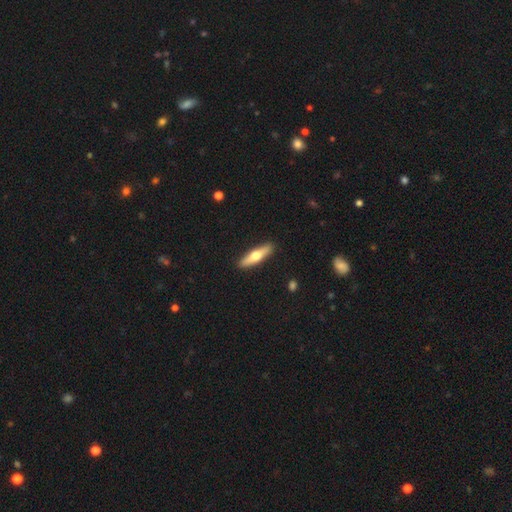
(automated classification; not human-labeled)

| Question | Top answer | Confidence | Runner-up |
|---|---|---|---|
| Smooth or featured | smooth | 50% | featured or disk (45%) |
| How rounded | cigar-shaped | 75% | in between (23%) |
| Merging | none | 91% | minor disturbance (7%) |